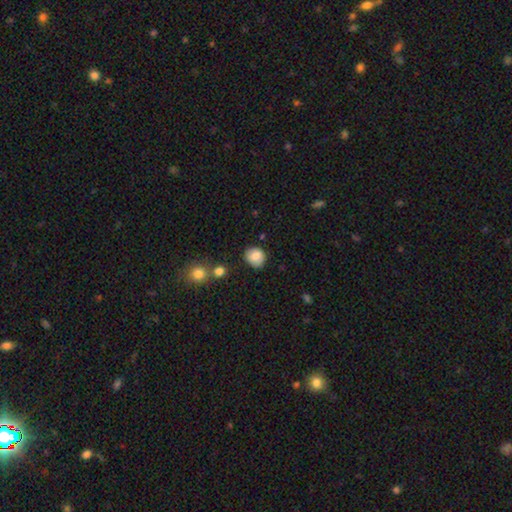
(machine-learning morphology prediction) A smooth galaxy with no disk features (79%) that is round (76%).

Vote fractions:
- Smooth or featured? smooth: 79% / featured or disk: 13% / star or artifact: 8%
- How rounded? round: 76% / in between: 23% / cigar-shaped: 1%
- Merging? none: 75% / minor disturbance: 17% / merger: 4% / major disturbance: 4%